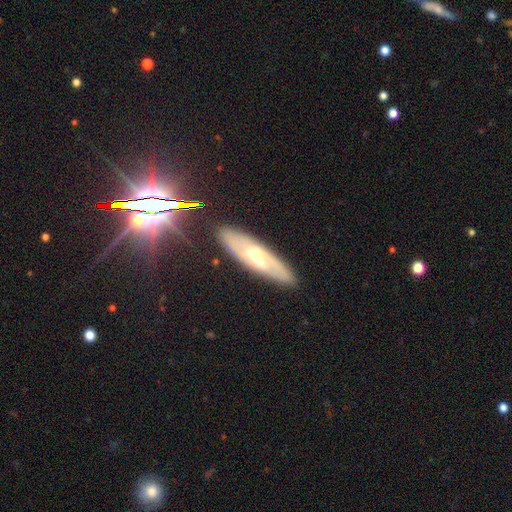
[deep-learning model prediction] Overall: featured or disk (55%; smooth 36%). Edge-on disk: no (62%; yes 38%). Merging: none (84%).